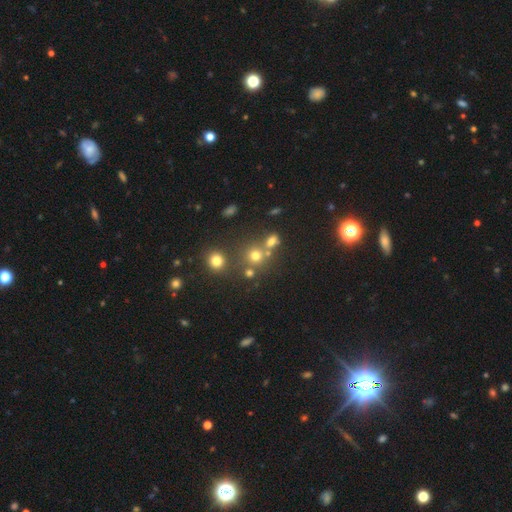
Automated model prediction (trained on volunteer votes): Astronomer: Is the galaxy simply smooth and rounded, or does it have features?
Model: smooth — 67%.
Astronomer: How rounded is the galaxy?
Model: round — 85%.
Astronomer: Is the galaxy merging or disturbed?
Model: none — 61%.